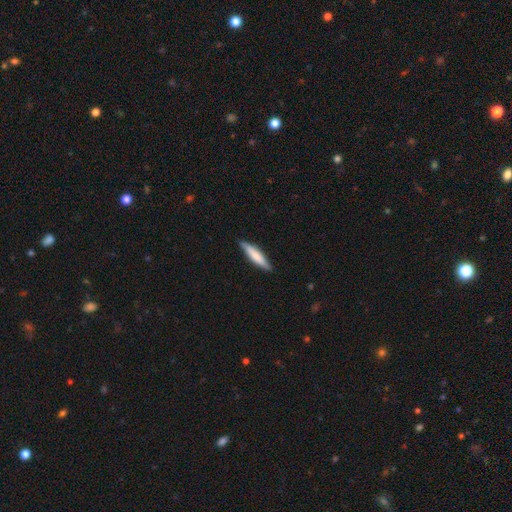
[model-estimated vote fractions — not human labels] smooth_or_featured: smooth (p=0.71) [alt: featured or disk p=0.24]
how_rounded: cigar-shaped (p=0.84) [alt: in between p=0.14]
merging: none (p=0.87) [alt: minor disturbance p=0.10]